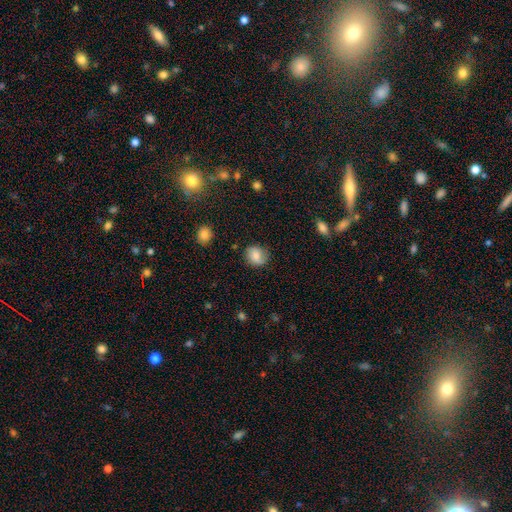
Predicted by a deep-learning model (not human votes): smooth_or_featured: smooth (p=0.76) [alt: featured or disk p=0.15]
how_rounded: round (p=0.77) [alt: in between p=0.22]
merging: none (p=0.77) [alt: minor disturbance p=0.17]